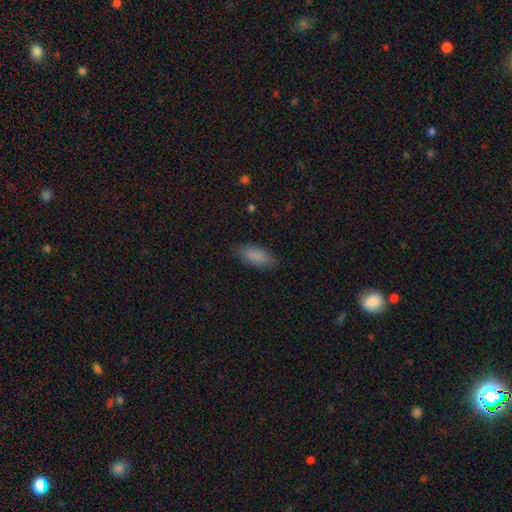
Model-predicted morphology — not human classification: Overall: smooth (88%). How rounded: in between (89%). Merging: none (85%).